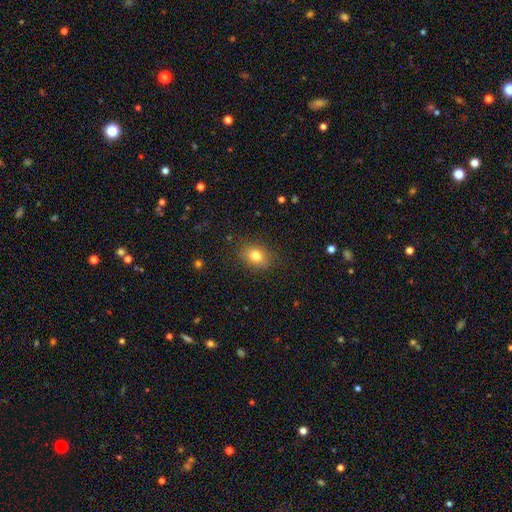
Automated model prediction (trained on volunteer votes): smooth_or_featured: smooth (p=0.78) [alt: star or artifact p=0.12]
how_rounded: in between (p=0.59) [alt: round p=0.40]
merging: none (p=0.83) [alt: minor disturbance p=0.13]